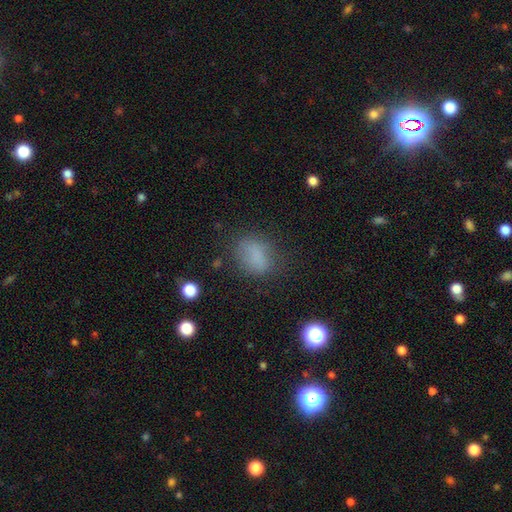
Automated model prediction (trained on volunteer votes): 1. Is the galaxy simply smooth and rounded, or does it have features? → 76% smooth, 14% star or artifact, 10% featured or disk.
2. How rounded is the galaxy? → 69% in between, 28% round, 3% cigar-shaped.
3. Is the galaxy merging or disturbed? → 69% none, 19% minor disturbance, 9% major disturbance, 2% merger.